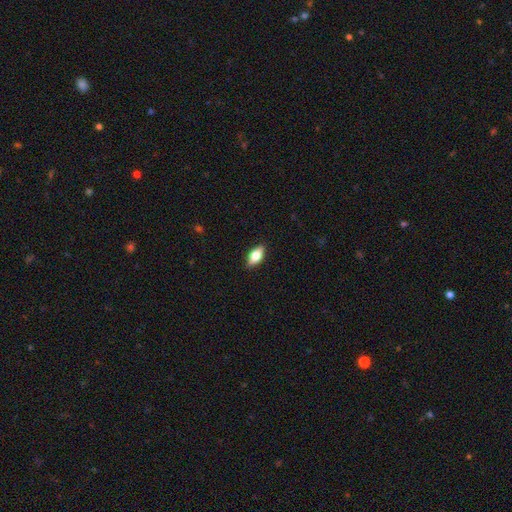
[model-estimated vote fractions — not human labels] Smooth or featured? smooth (68%)
How rounded? in between (83%)
Merging? none (88%)